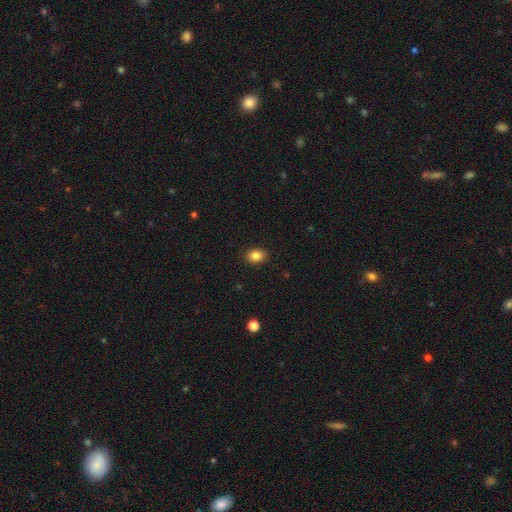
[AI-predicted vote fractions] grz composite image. It shows a smooth galaxy with no disk features (85%) that is in between round and cigar-shaped (56%). Merging: none (89%).